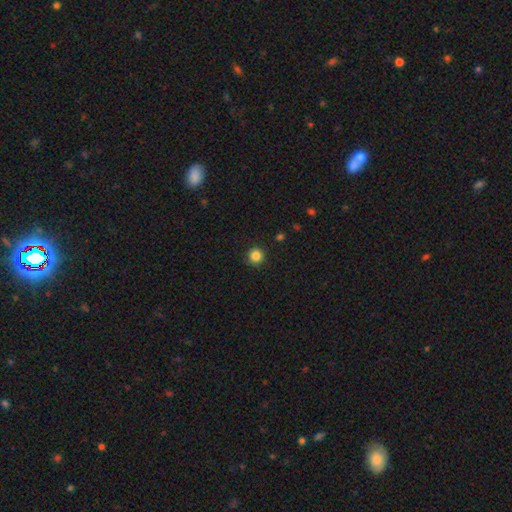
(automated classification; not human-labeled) Smooth or featured: smooth — 85% (star or artifact — 11%)
How rounded: round — 95% (in between — 4%)
Merging: none — 91% (minor disturbance — 6%)